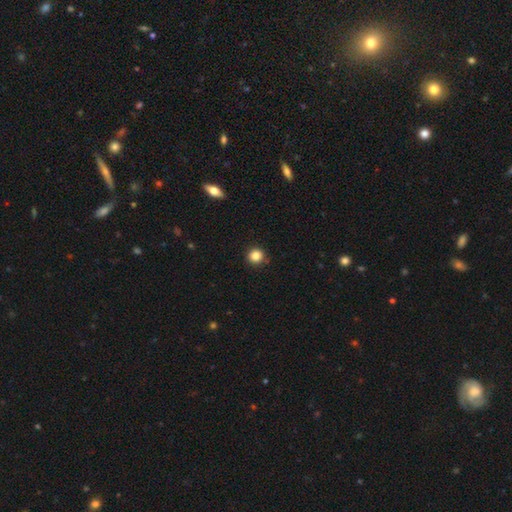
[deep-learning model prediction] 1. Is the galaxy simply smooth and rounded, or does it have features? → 84% smooth, 11% star or artifact, 4% featured or disk.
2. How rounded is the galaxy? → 93% round, 6% in between, 1% cigar-shaped.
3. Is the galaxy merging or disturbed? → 89% none, 7% minor disturbance, 2% major disturbance, 1% merger.